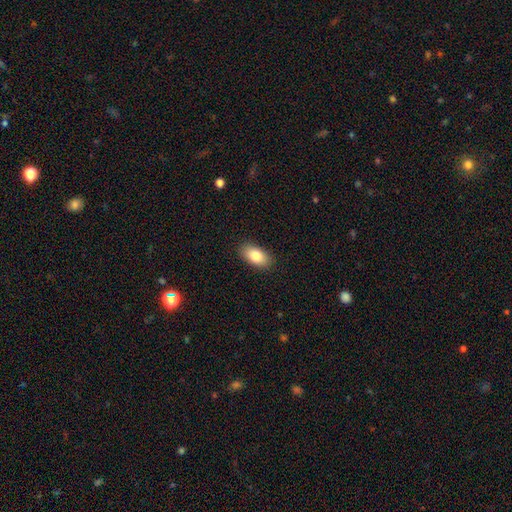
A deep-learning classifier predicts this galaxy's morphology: Overall: smooth (83%). How rounded: in between (92%). Merging: none (88%).